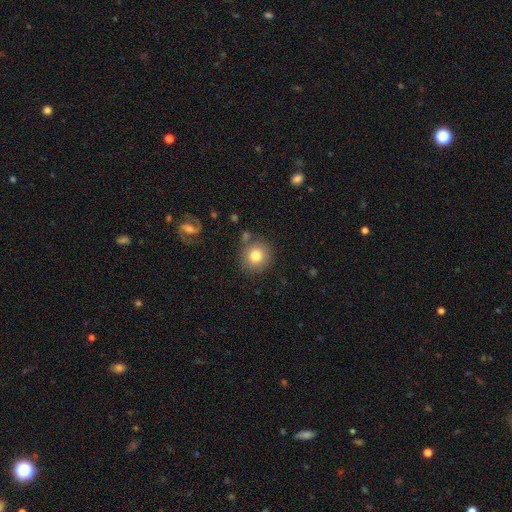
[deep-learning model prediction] smooth_or_featured: smooth (p=0.80) [alt: featured or disk p=0.11]
how_rounded: round (p=0.91) [alt: in between p=0.08]
merging: none (p=0.80) [alt: minor disturbance p=0.11]